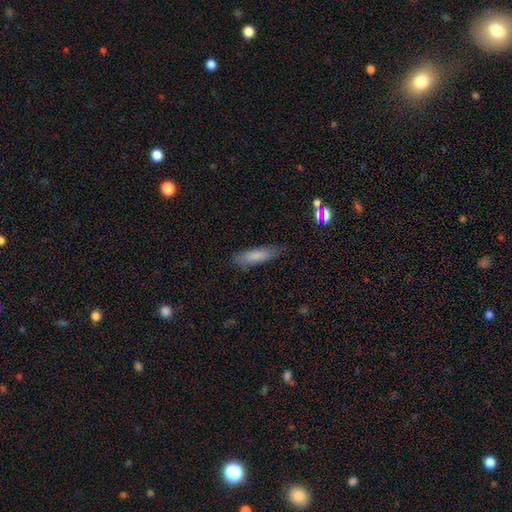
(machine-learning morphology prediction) Overall: smooth (80%). How rounded: cigar-shaped (59%; in between 40%). Merging: none (75%).